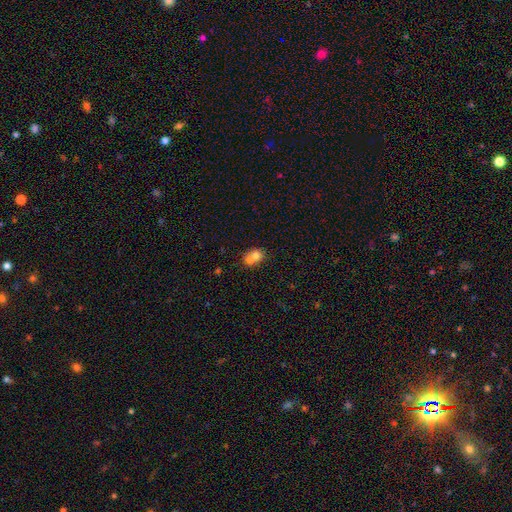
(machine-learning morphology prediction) The model was most divided on "how rounded": round: 66%, in between: 33%, cigar-shaped: 1%. More confident: smooth or featured — smooth (70%); merging — merger (68%).